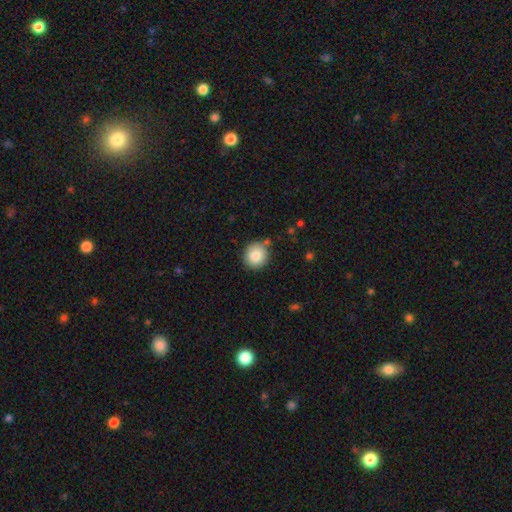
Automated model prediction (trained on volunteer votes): Overall: smooth (83%). How rounded: round (88%). Merging: none (83%).